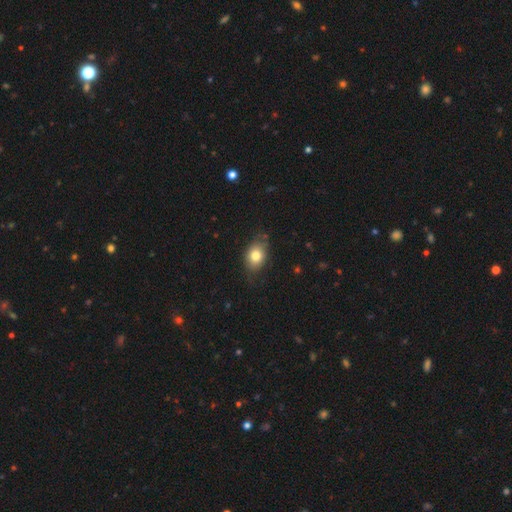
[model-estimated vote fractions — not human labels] The model was most divided on "how rounded": in between: 70%, round: 28%, cigar-shaped: 1%. More confident: smooth or featured — smooth (79%); merging — none (70%).